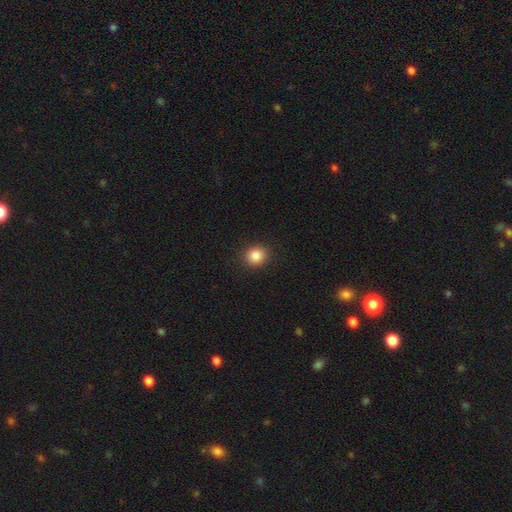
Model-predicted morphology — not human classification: Smooth or featured?
  - smooth: 85% *
  - star or artifact: 10%
  - featured or disk: 4%
How rounded?
  - round: 82% *
  - in between: 18%
  - cigar-shaped: 1%
Merging?
  - none: 91% *
  - minor disturbance: 6%
  - major disturbance: 2%
  - merger: 1%